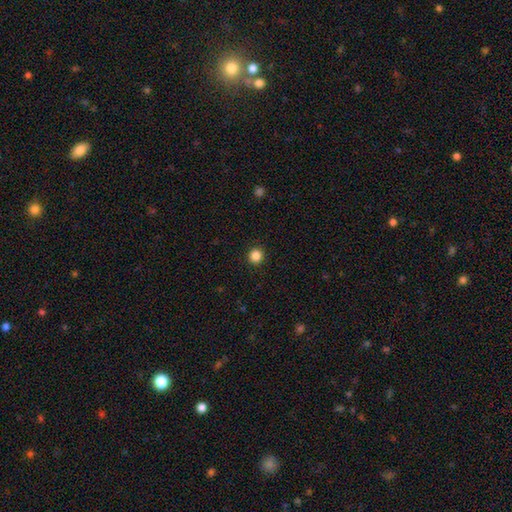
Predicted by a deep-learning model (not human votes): Smooth or featured? smooth (86%)
How rounded? round (94%)
Merging? none (93%)